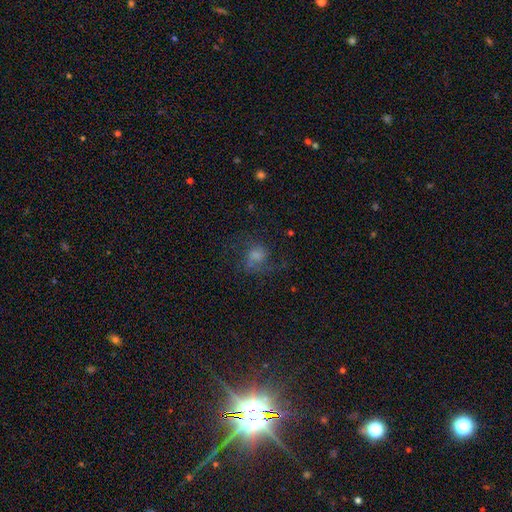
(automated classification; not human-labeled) smooth_or_featured: featured or disk (p=0.42) [alt: smooth p=0.33]
merging: none (p=0.58) [alt: major disturbance p=0.21]